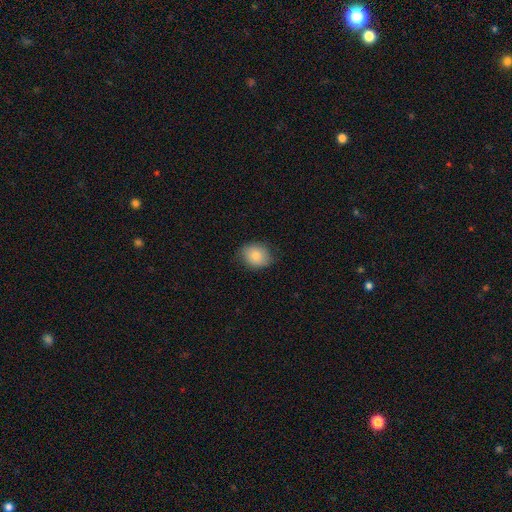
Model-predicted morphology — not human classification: type=smooth (80%); roundness=round (54%); merging=none (75%).